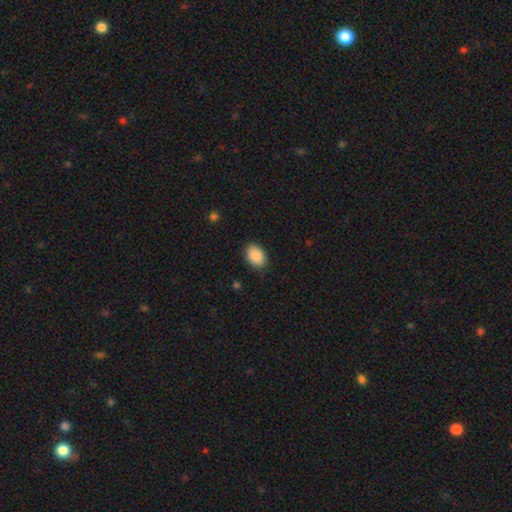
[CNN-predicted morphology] type=smooth (89%); roundness=in between (84%); merging=none (85%).